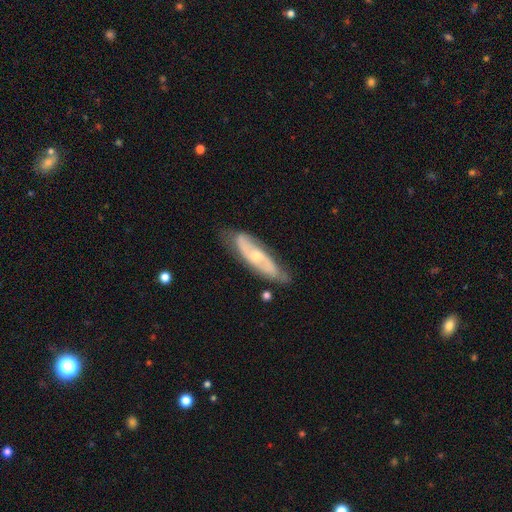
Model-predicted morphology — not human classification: This appears to be a featured or disk galaxy (72%) with no bar (60%), spiral arms (86%) and a small central bulge (54%). Merging: none (73%).